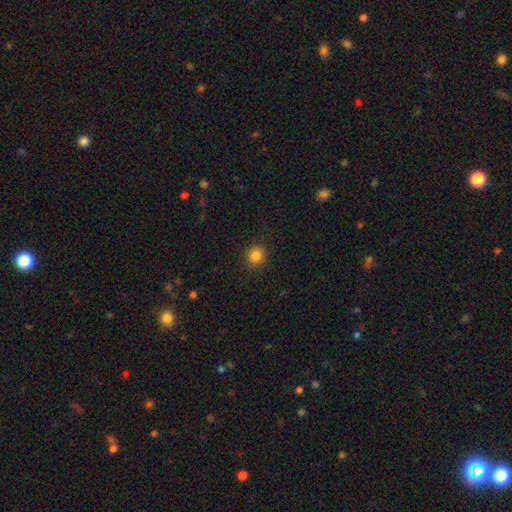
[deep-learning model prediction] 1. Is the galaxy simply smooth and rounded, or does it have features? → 84% smooth, 12% star or artifact, 4% featured or disk.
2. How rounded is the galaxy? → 89% round, 10% in between, 1% cigar-shaped.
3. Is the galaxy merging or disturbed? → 90% none, 6% minor disturbance, 2% major disturbance, 1% merger.